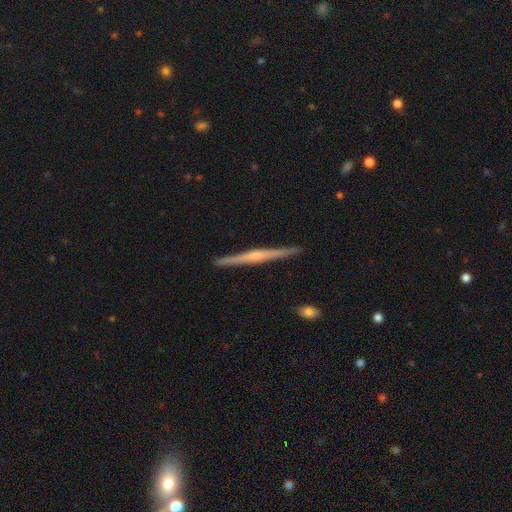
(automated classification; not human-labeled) featured or disk 75%, smooth 20%, star or artifact 5%. Down the decision tree: edge-on disk — yes (98%); edge-on bulge — rounded (67%); merging — none (91%).